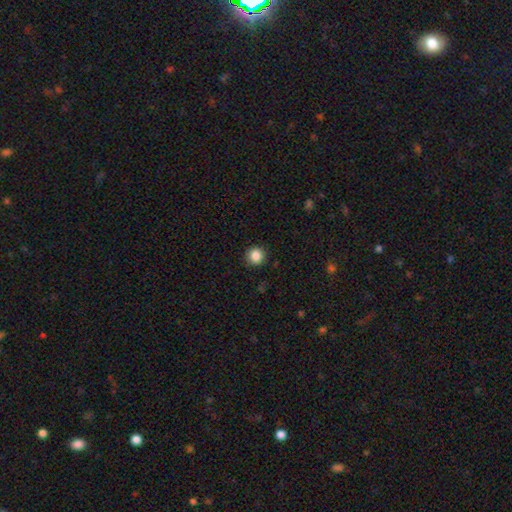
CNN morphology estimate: Smooth or featured? Predicted: smooth (p=0.86). How rounded? Predicted: round (p=0.92). Merging? Predicted: none (p=0.91).